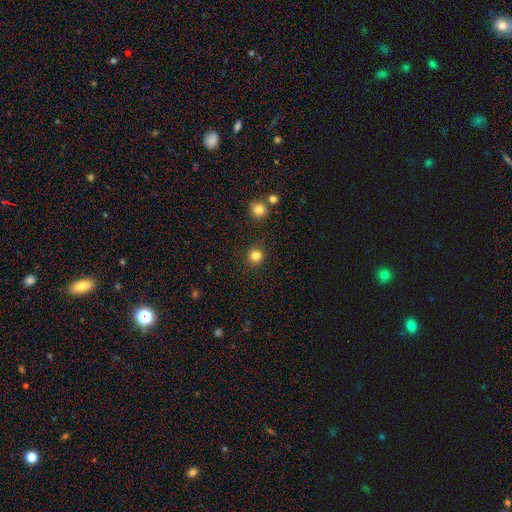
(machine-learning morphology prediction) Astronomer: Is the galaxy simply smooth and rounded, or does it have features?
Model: smooth — 83%.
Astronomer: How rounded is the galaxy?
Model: round — 89%.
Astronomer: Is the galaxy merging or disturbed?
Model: none — 86%.